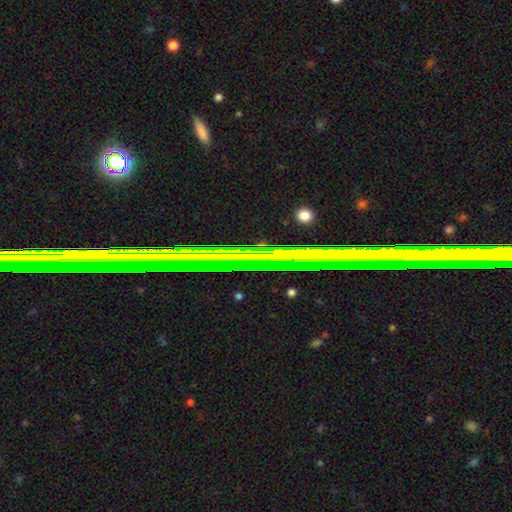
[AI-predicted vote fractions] Smooth or featured?
  - star or artifact: 68% *
  - featured or disk: 22%
  - smooth: 10%